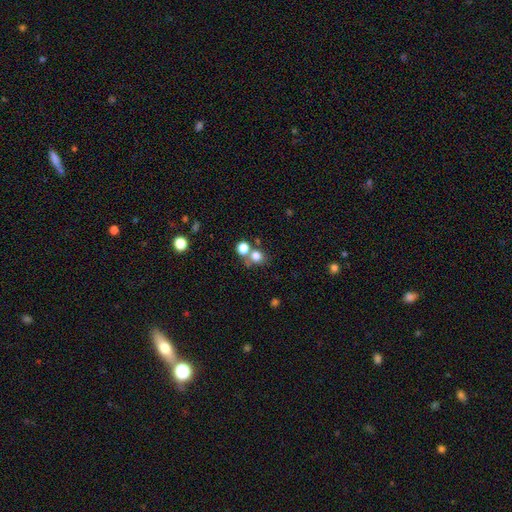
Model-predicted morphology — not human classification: smooth-or-featured: smooth: 78% | star or artifact: 14% | featured or disk: 8%
  how-rounded: round: 79% | in between: 20% | cigar-shaped: 1%
  merging: none: 53% | merger: 33% | minor disturbance: 9% | major disturbance: 5%